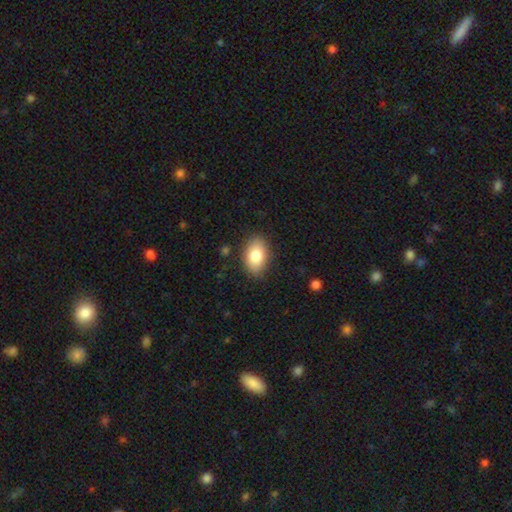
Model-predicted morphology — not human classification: The model was most divided on "smooth or featured": smooth: 82%, featured or disk: 11%, star or artifact: 7%. More confident: how rounded — in between (90%); merging — none (86%).